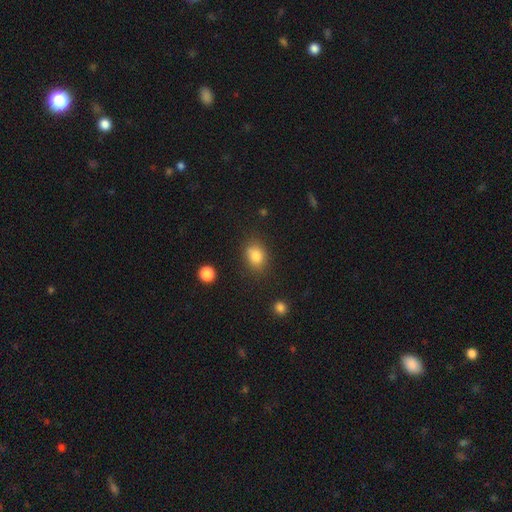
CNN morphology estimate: Overall: smooth (83%). How rounded: in between (62%; round 37%). Merging: none (74%).